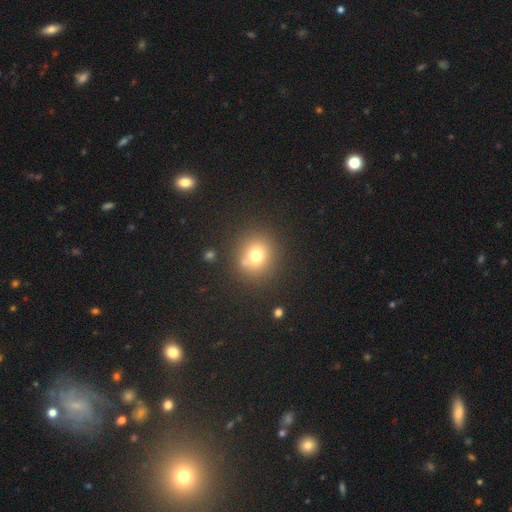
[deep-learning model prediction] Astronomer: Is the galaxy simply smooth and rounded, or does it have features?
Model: smooth — 71%.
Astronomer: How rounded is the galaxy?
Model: round — 86%.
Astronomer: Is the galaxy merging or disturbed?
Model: none — 80%.